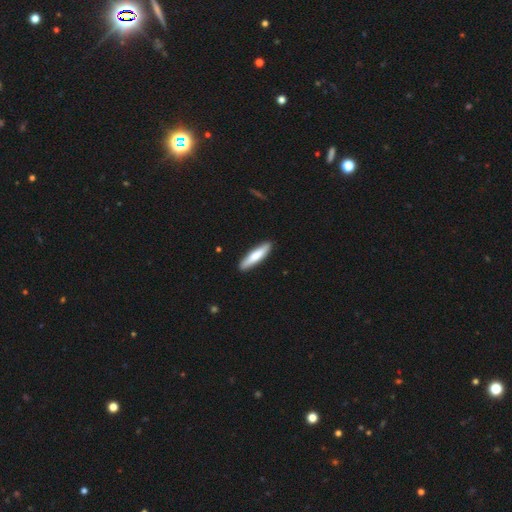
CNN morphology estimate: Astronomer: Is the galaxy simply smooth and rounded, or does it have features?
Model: smooth — 68%.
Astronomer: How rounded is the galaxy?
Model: cigar-shaped — 83%.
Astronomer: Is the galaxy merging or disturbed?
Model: none — 90%.